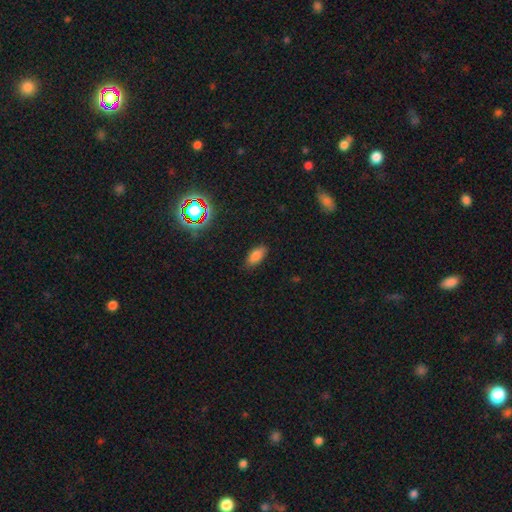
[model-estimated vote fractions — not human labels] Overall: smooth (81%). How rounded: in between (88%). Merging: none (84%).